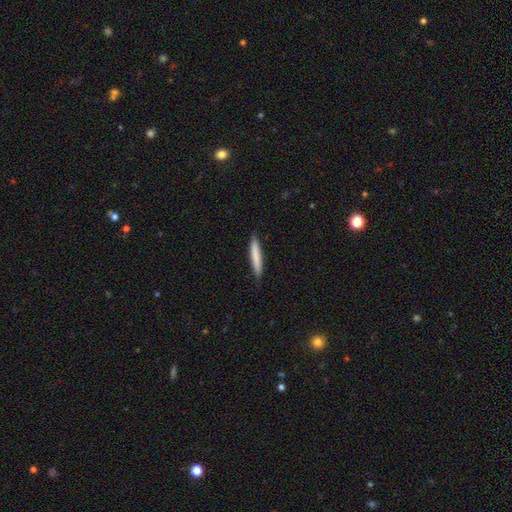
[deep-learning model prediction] Smooth or featured?
  - smooth: 77% *
  - featured or disk: 18%
  - star or artifact: 5%
How rounded?
  - cigar-shaped: 94% *
  - in between: 5%
  - round: 1%
Merging?
  - none: 85% *
  - minor disturbance: 12%
  - major disturbance: 2%
  - merger: 1%